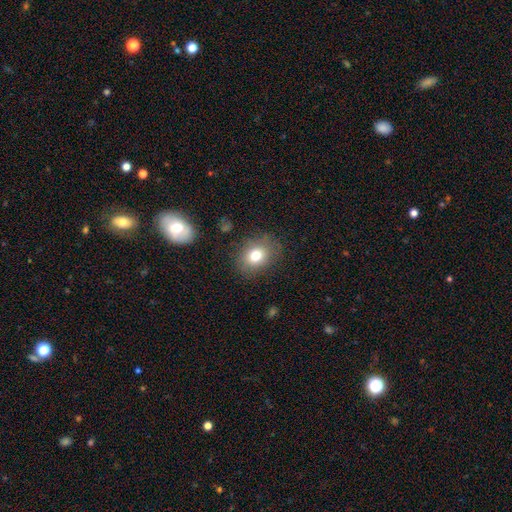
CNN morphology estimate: Q: Smooth or featured?
A: smooth (78%); runner-up: featured or disk (11%)
Q: How rounded?
A: round (52%); runner-up: in between (47%)
Q: Merging?
A: none (81%); runner-up: minor disturbance (13%)